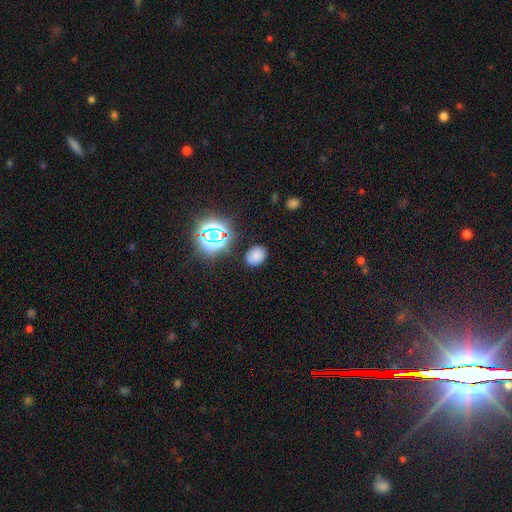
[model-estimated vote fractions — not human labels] Q: Smooth or featured?
A: smooth (73%); runner-up: star or artifact (21%)
Q: How rounded?
A: in between (63%); runner-up: round (35%)
Q: Merging?
A: none (84%); runner-up: minor disturbance (11%)